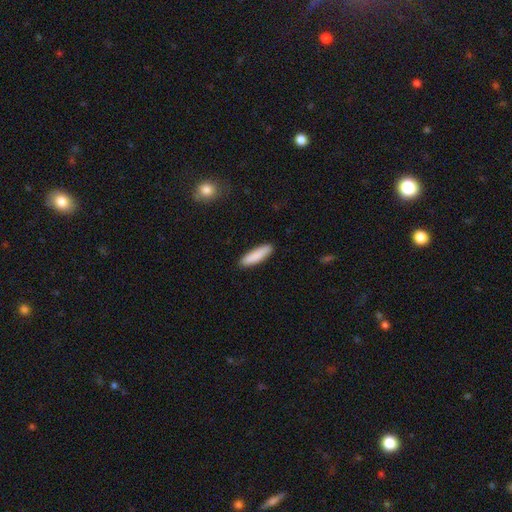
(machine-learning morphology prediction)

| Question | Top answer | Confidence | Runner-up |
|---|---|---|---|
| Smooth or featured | smooth | 88% | featured or disk (6%) |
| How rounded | cigar-shaped | 72% | in between (27%) |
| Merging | none | 90% | minor disturbance (7%) |